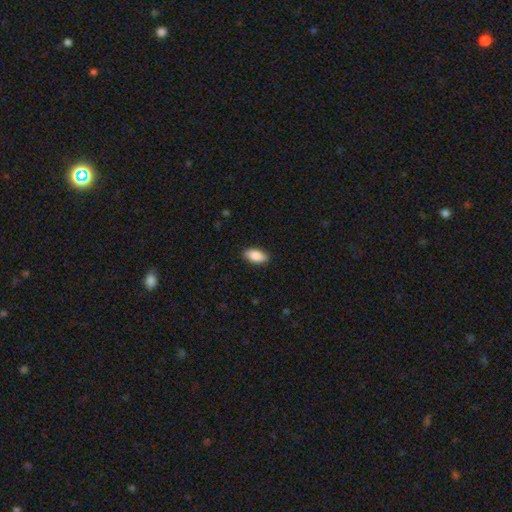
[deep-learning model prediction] A smooth galaxy with no disk features (89%) that is in between round and cigar-shaped (93%). Merging: none (88%).